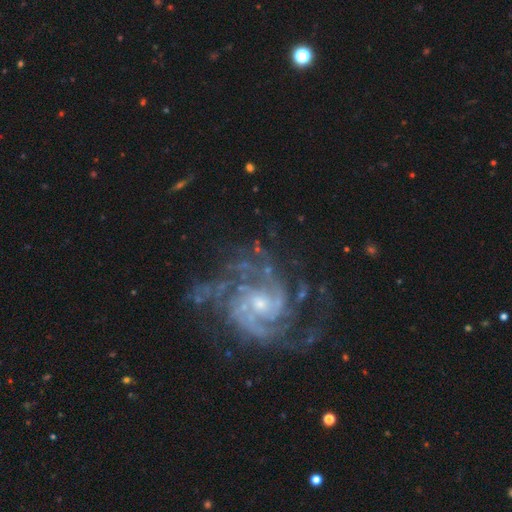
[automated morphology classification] Smooth or featured: featured or disk — 90% (star or artifact — 6%)
Edge-on disk: no — 98% (yes — 2%)
Bar: no — 63% (weak — 30%)
Spiral arms: yes — 98% (no — 2%)
Spiral winding: tight — 51% (medium — 40%)
Spiral arm count: 2 — 24% (3 — 22%)
Bulge size: small — 57% (moderate — 38%)
Merging: none — 66% (minor disturbance — 17%)